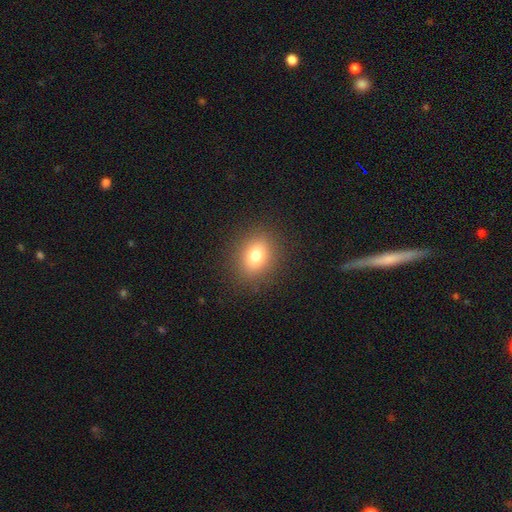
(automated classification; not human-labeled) This appears to be a smooth galaxy with no disk features (77%) that is round (50%). Merging: none (88%).